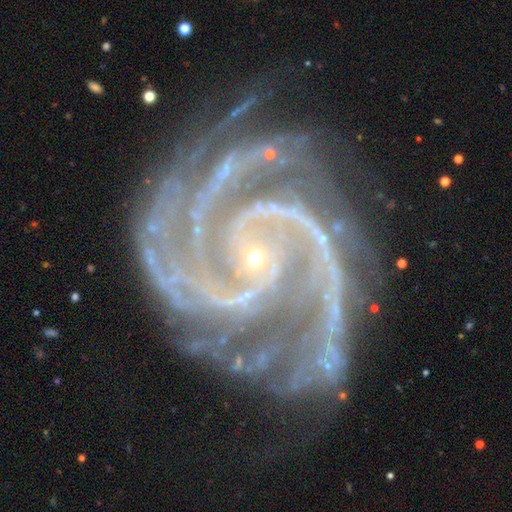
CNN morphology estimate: Smooth or featured: featured or disk — 94% (star or artifact — 5%)
Edge-on disk: no — 98% (yes — 2%)
Bar: no — 60% (weak — 22%)
Spiral arms: yes — 99% (no — 1%)
Spiral winding: tight — 53% (medium — 42%)
Spiral arm count: 2 — 44% (3 — 23%)
Bulge size: small — 90% (moderate — 6%)
Merging: none — 70% (minor disturbance — 19%)